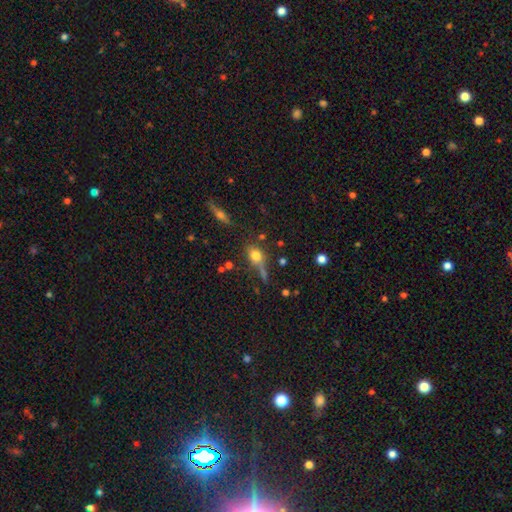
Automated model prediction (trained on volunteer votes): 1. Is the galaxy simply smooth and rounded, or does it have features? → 69% smooth, 16% featured or disk, 15% star or artifact.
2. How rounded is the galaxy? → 50% in between, 42% round, 8% cigar-shaped.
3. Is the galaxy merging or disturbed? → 54% none, 20% minor disturbance, 14% merger, 12% major disturbance.